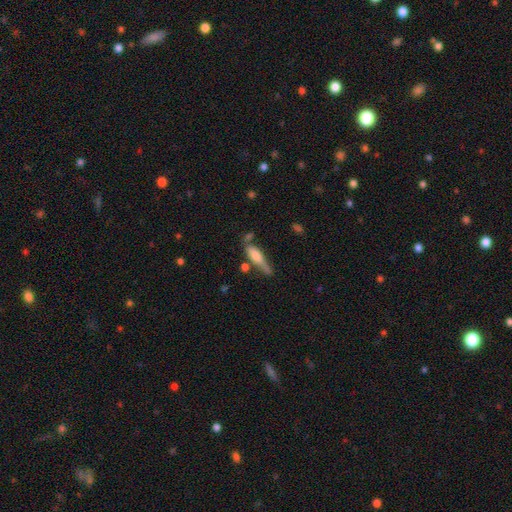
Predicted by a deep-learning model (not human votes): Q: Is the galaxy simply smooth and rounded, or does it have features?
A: smooth — 65%.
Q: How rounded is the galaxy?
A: cigar-shaped — 61%.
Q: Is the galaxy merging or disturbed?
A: none — 45%.